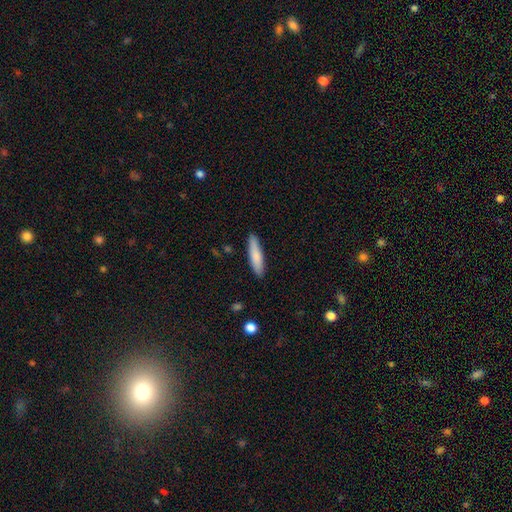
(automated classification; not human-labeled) Smooth or featured? Predicted: smooth (p=0.79). How rounded? Predicted: cigar-shaped (p=0.80). Merging? Predicted: none (p=0.88).